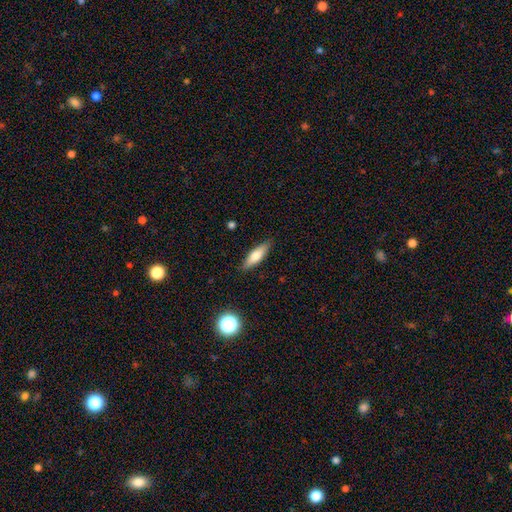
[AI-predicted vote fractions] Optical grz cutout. It shows a smooth galaxy with no disk features (69%) that is cigar-shaped (54%). Merging: none (86%).